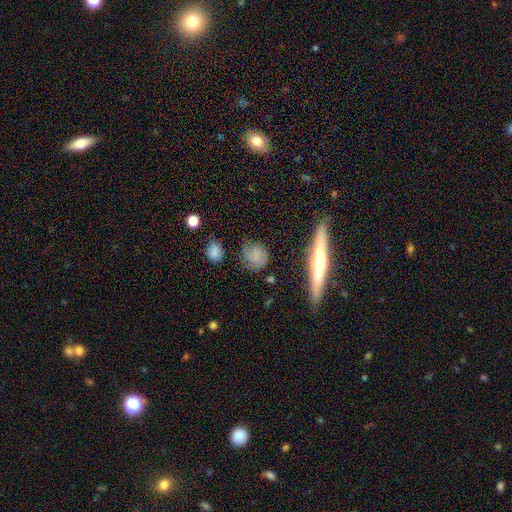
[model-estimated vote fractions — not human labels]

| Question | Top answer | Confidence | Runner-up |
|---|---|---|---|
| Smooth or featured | smooth | 63% | featured or disk (26%) |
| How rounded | round | 69% | in between (27%) |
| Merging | none | 65% | minor disturbance (22%) |